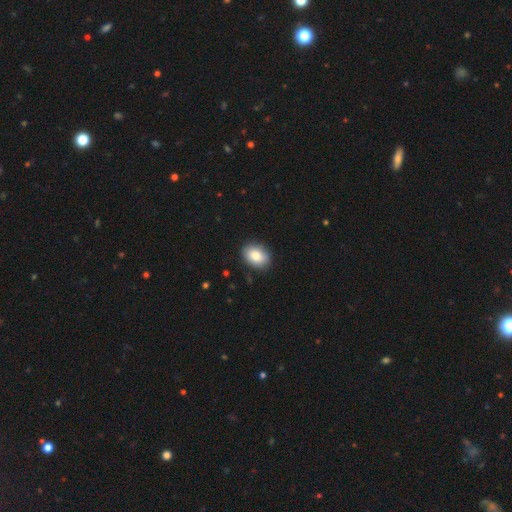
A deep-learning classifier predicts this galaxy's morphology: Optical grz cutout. It shows a smooth galaxy with no disk features (84%) that is in between round and cigar-shaped (75%). Merging: none (88%).